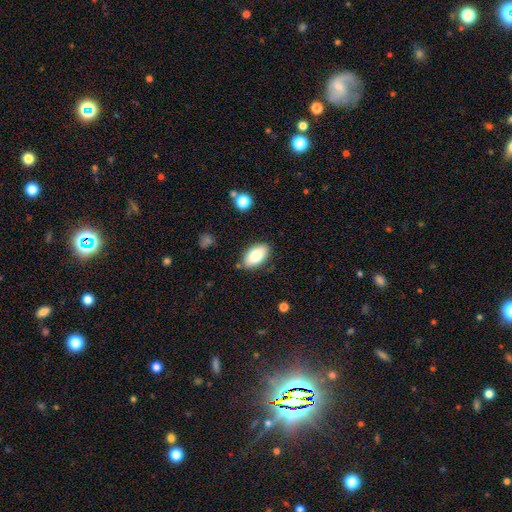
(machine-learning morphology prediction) Smooth or featured: smooth — 78% (featured or disk — 15%)
How rounded: in between — 93% (round — 5%)
Merging: none — 84% (minor disturbance — 11%)